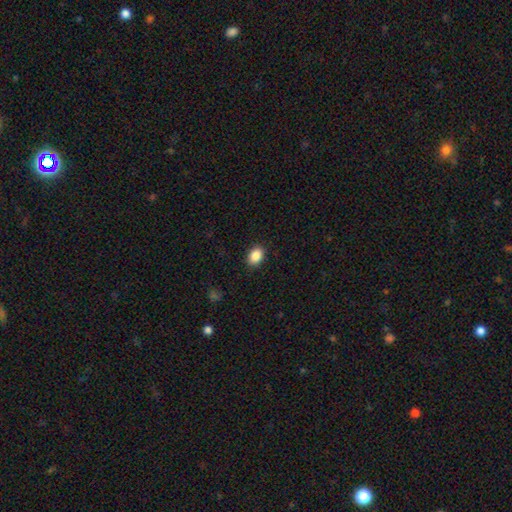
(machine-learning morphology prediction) type=smooth (88%); roundness=in between (75%); merging=none (89%).